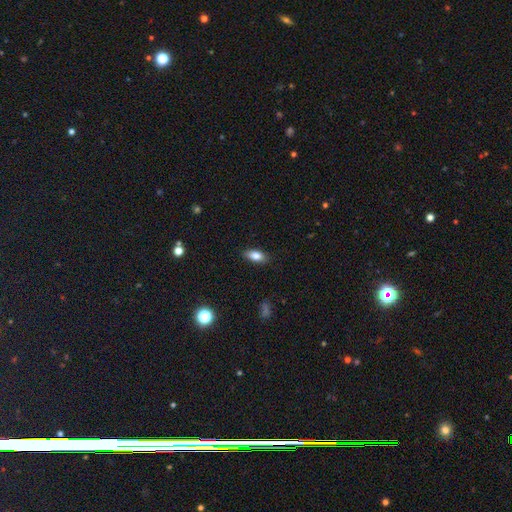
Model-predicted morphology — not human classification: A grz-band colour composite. It shows a smooth galaxy with no disk features (80%) that is in between round and cigar-shaped (85%). Merging: none (87%).